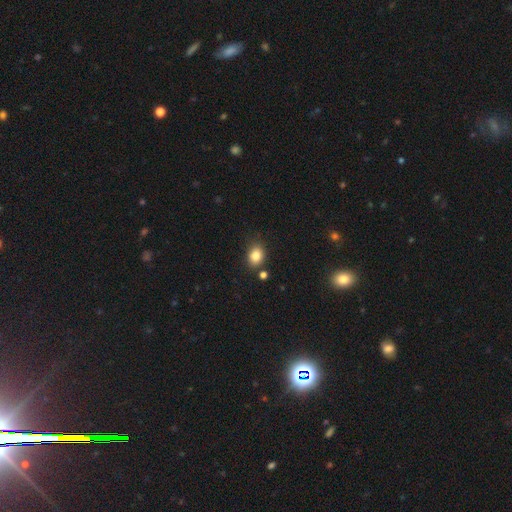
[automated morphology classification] Overall: smooth (84%). How rounded: in between (60%; round 38%). Merging: none (75%).